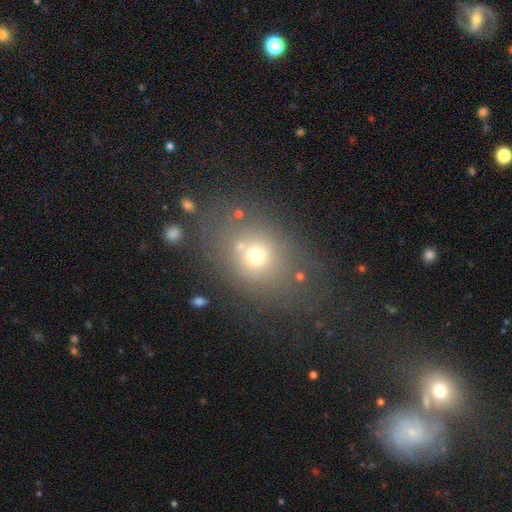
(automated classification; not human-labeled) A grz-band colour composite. It shows a smooth galaxy with no disk features (64%) that is in between round and cigar-shaped (56%). Merging: none (66%).